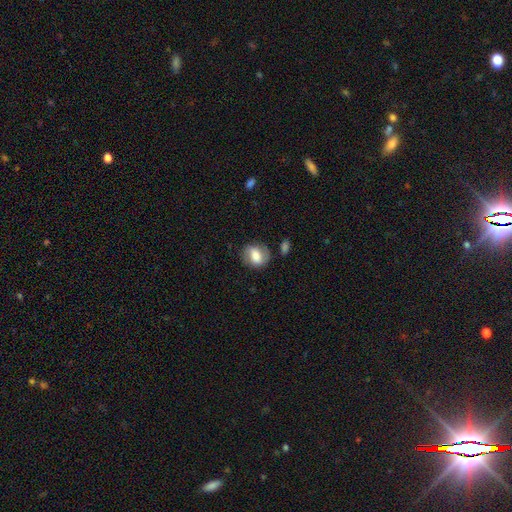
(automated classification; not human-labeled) A smooth galaxy with no disk features (65%) that is in between round and cigar-shaped (53%).

Vote fractions:
- Smooth or featured? smooth: 65% / featured or disk: 27% / star or artifact: 8%
- How rounded? in between: 53% / round: 45% / cigar-shaped: 2%
- Merging? none: 71% / minor disturbance: 19% / major disturbance: 7% / merger: 4%